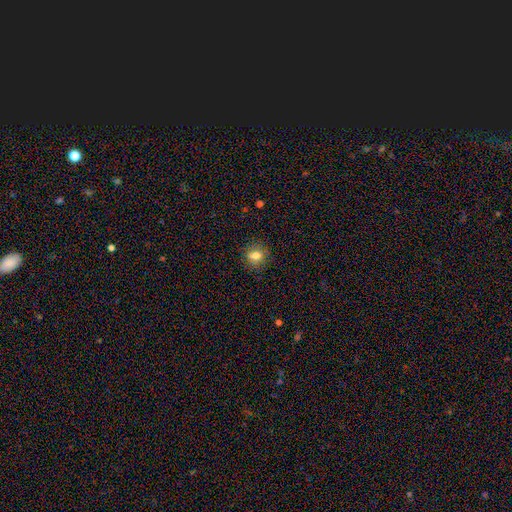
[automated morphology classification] smooth_or_featured: smooth (p=0.74) [alt: featured or disk p=0.14]
how_rounded: round (p=0.67) [alt: in between p=0.31]
merging: none (p=0.84) [alt: minor disturbance p=0.11]